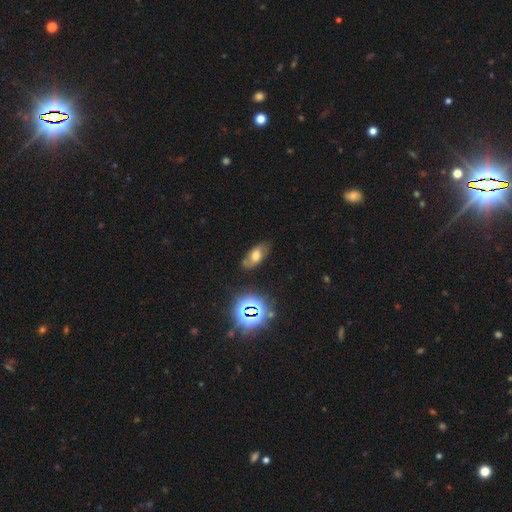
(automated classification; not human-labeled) The model was most divided on "smooth or featured": smooth: 48%, featured or disk: 33%, star or artifact: 19%. More confident: merging — none (71%).